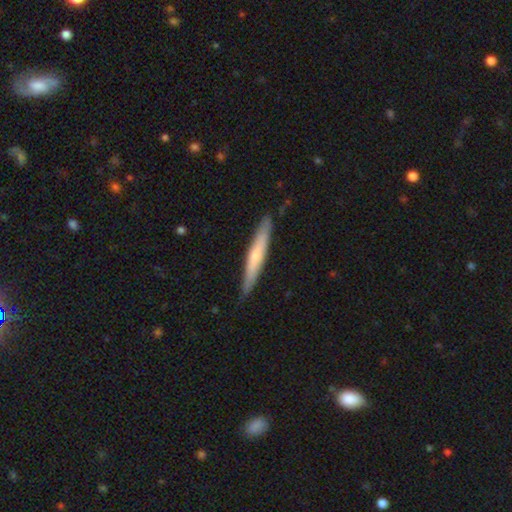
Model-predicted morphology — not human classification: smooth 49%, featured or disk 46%, star or artifact 5%. Down the decision tree: merging — none (88%).